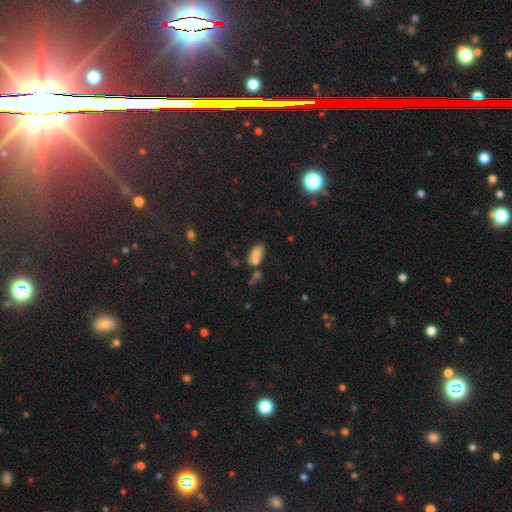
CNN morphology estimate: A smooth galaxy with no disk features (70%) that is in between round and cigar-shaped (86%). Merging: merger (43%).